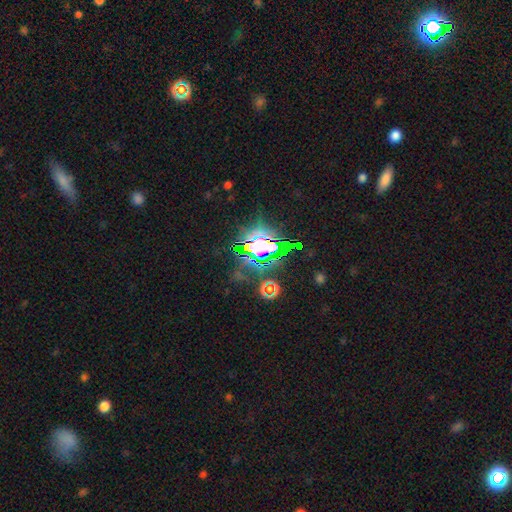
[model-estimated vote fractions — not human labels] Q: Smooth or featured?
A: star or artifact (80%); runner-up: smooth (11%)